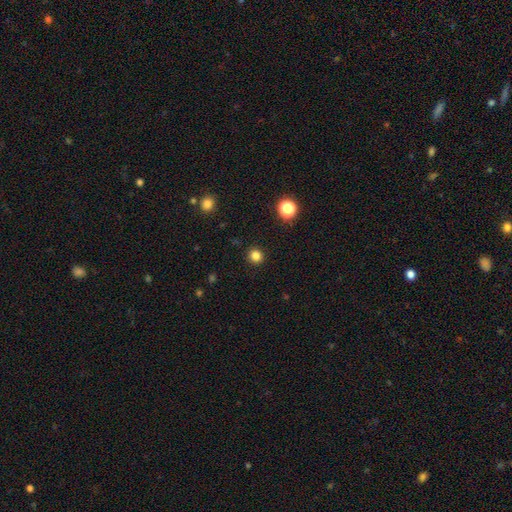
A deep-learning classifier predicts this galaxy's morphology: A smooth galaxy with no disk features (83%) that is round (91%). Merging: none (92%).